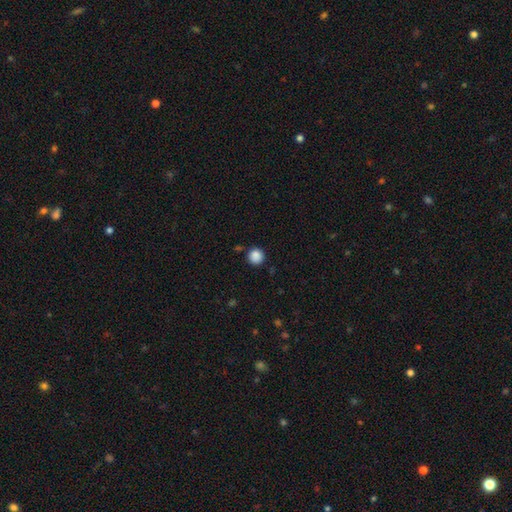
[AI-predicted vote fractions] Overall: smooth (88%). How rounded: round (94%). Merging: none (87%).